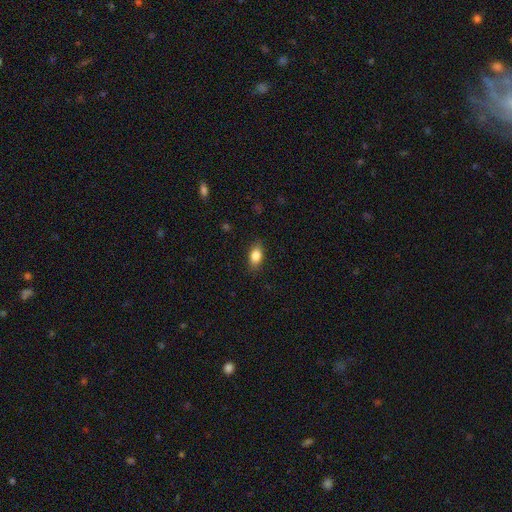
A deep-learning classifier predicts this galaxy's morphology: smooth_or_featured: smooth (p=0.85) [alt: star or artifact p=0.08]
how_rounded: in between (p=0.86) [alt: round p=0.10]
merging: none (p=0.85) [alt: minor disturbance p=0.11]